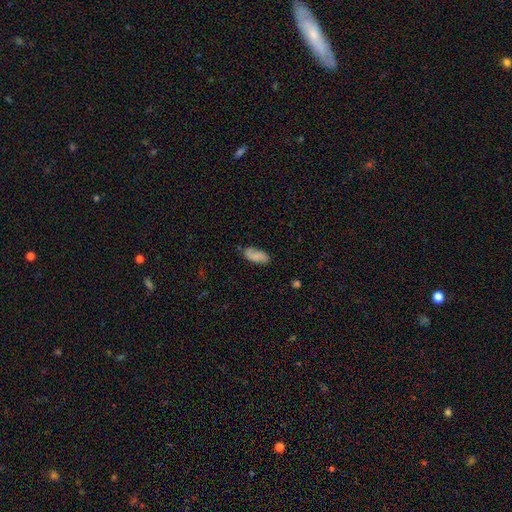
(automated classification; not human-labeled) This is likely a smooth galaxy (75%). How rounded: clearly in between (84%). Merging: likely none (75%).